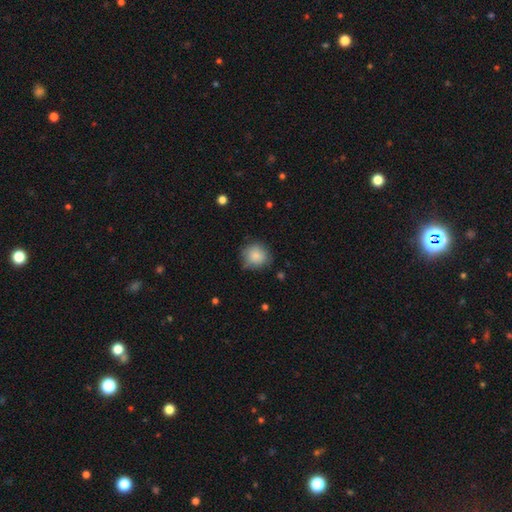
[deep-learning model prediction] A smooth galaxy with no disk features (86%) that is round (87%). Merging: none (75%).